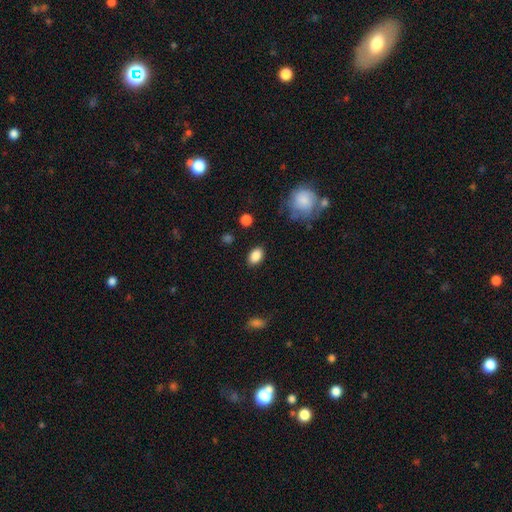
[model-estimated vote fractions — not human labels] smooth-or-featured: smooth: 87% | star or artifact: 8% | featured or disk: 5%
  how-rounded: in between: 84% | round: 14% | cigar-shaped: 1%
  merging: none: 86% | minor disturbance: 10% | major disturbance: 3% | merger: 1%